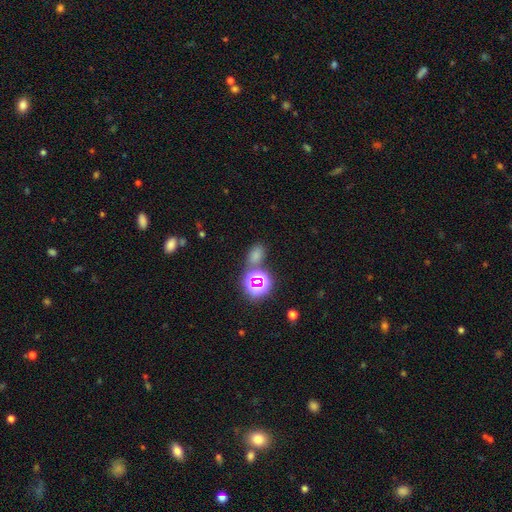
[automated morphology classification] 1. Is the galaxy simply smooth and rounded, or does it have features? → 60% smooth, 33% star or artifact, 7% featured or disk.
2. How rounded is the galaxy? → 72% in between, 26% round, 2% cigar-shaped.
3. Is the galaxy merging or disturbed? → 67% none, 14% merger, 13% minor disturbance, 5% major disturbance.